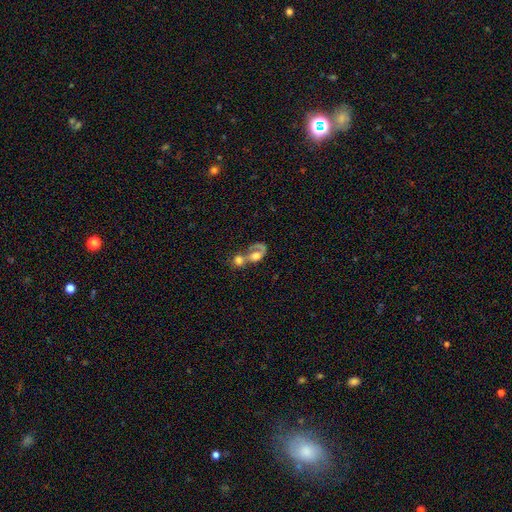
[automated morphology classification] Smooth or featured: featured or disk — 49% (smooth — 43%)
Merging: merger — 75% (none — 10%)